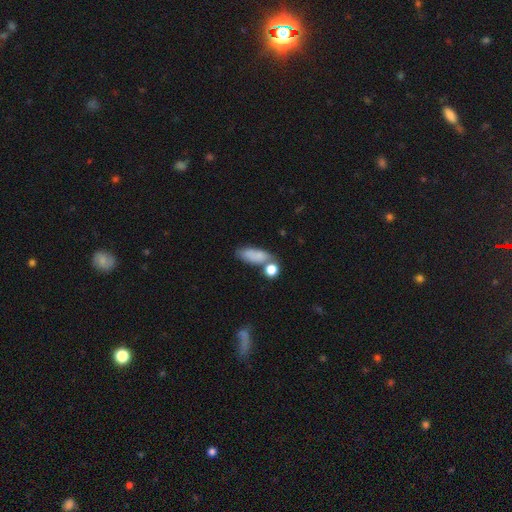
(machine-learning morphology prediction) Smooth or featured: smooth — 80% (featured or disk — 11%)
How rounded: in between — 74% (cigar-shaped — 18%)
Merging: none — 52% (merger — 23%)